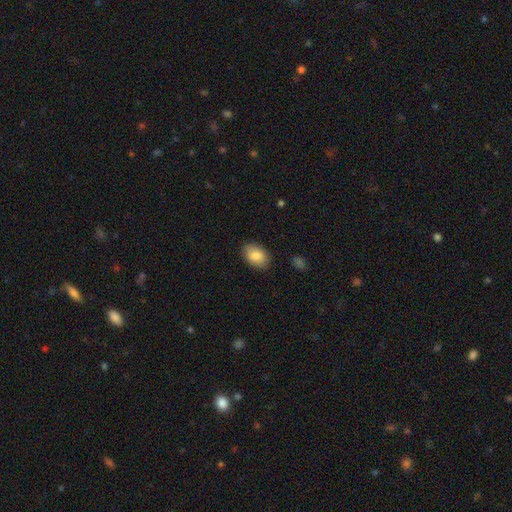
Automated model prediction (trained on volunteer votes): The model was most divided on "smooth or featured": smooth: 84%, featured or disk: 9%, star or artifact: 7%. More confident: how rounded — in between (87%); merging — none (86%).